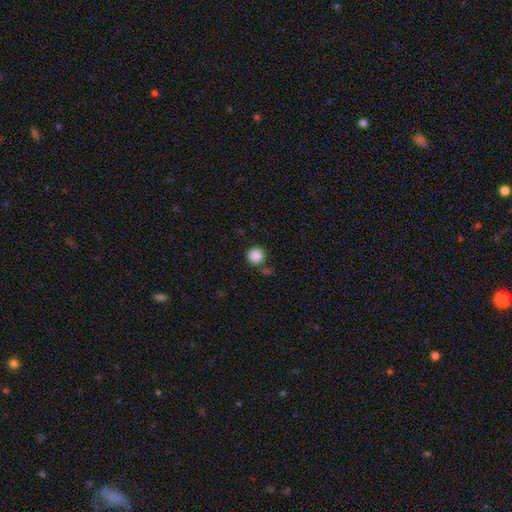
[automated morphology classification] The model was most divided on "merging": none: 80%, minor disturbance: 9%, merger: 8%, major disturbance: 3%. More confident: how rounded — round (95%); smooth or featured — smooth (88%).